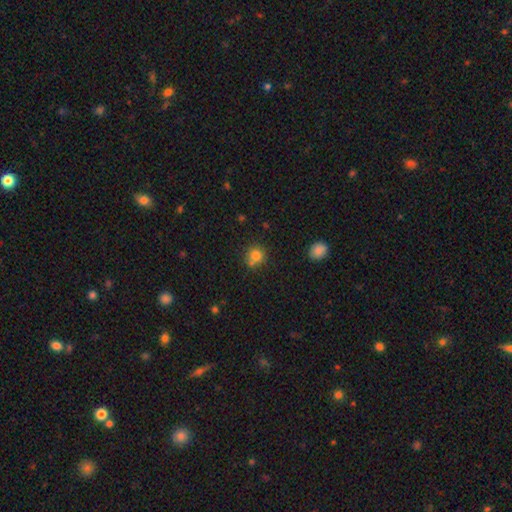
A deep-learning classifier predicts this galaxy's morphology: This appears to be a smooth galaxy with no disk features (78%) that is round (89%). Merging: none (66%).